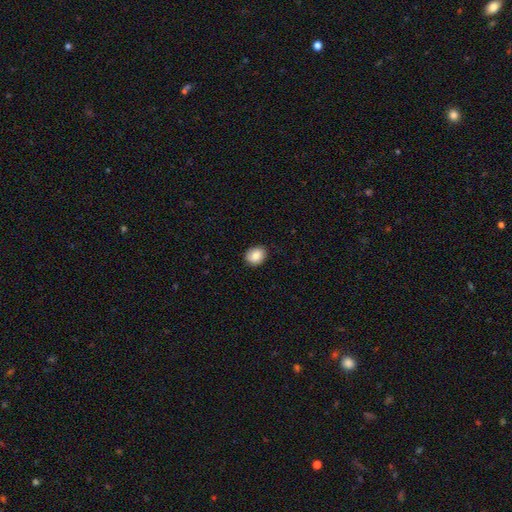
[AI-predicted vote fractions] A smooth galaxy with no disk features (85%) that is round (60%).

Vote fractions:
- Smooth or featured? smooth: 85% / star or artifact: 8% / featured or disk: 7%
- How rounded? round: 60% / in between: 39% / cigar-shaped: 1%
- Merging? none: 86% / minor disturbance: 11% / major disturbance: 2% / merger: 1%